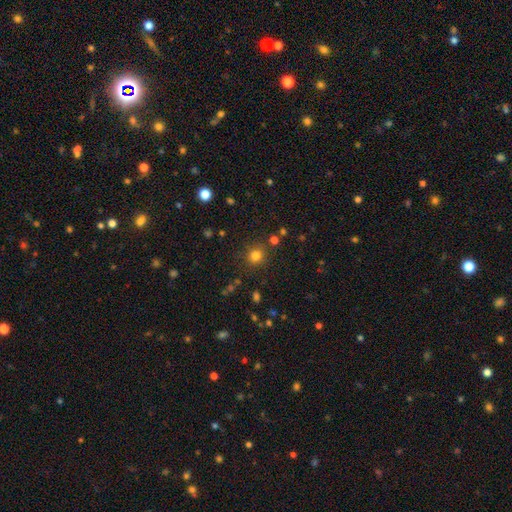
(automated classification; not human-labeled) smooth 78%, star or artifact 16%, featured or disk 6%. Down the decision tree: how rounded — round (86%); merging — none (83%).